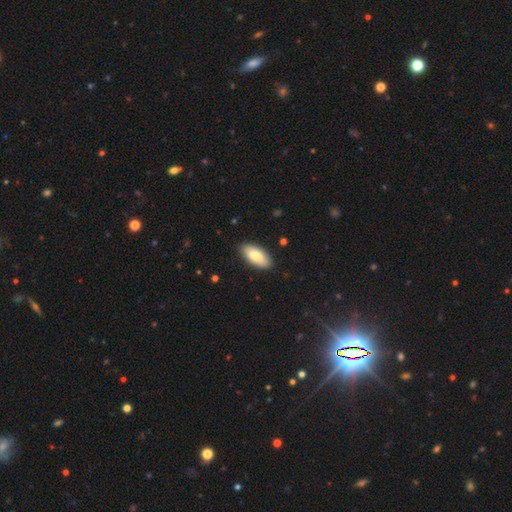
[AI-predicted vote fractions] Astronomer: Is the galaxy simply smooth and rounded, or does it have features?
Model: smooth — 81%.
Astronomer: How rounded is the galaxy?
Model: in between — 91%.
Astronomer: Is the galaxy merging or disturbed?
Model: none — 87%.